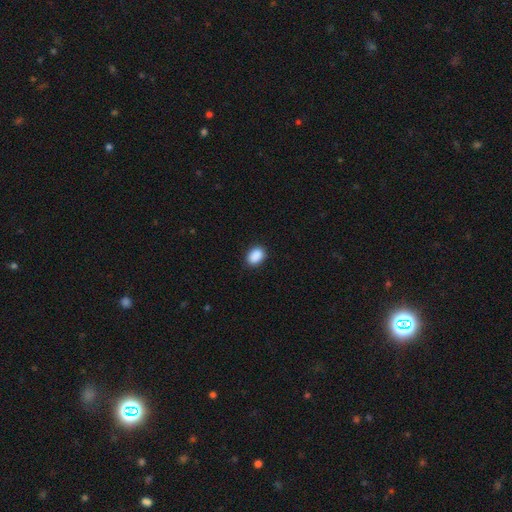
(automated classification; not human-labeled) smooth-or-featured: smooth: 90% | star or artifact: 8% | featured or disk: 2%
  how-rounded: in between: 78% | round: 21% | cigar-shaped: 1%
  merging: none: 87% | minor disturbance: 10% | major disturbance: 2% | merger: 1%